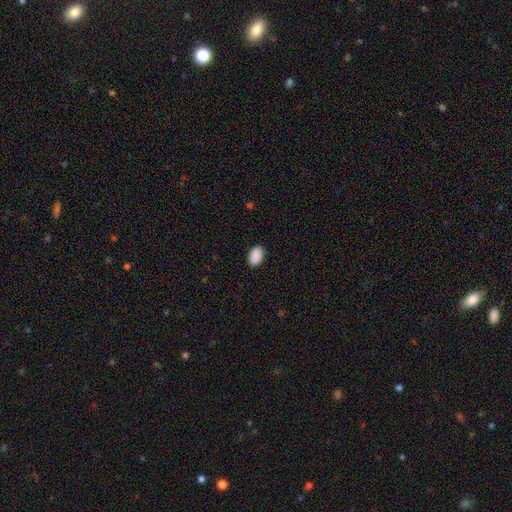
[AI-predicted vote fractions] Smooth or featured: smooth — 91% (star or artifact — 7%)
How rounded: in between — 92% (round — 7%)
Merging: none — 87% (minor disturbance — 10%)